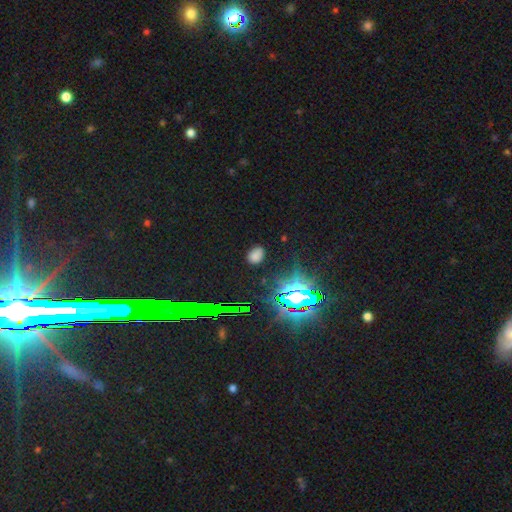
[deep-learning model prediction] smooth_or_featured: smooth (p=0.64) [alt: star or artifact p=0.28]
how_rounded: in between (p=0.67) [alt: round p=0.31]
merging: none (p=0.82) [alt: minor disturbance p=0.12]